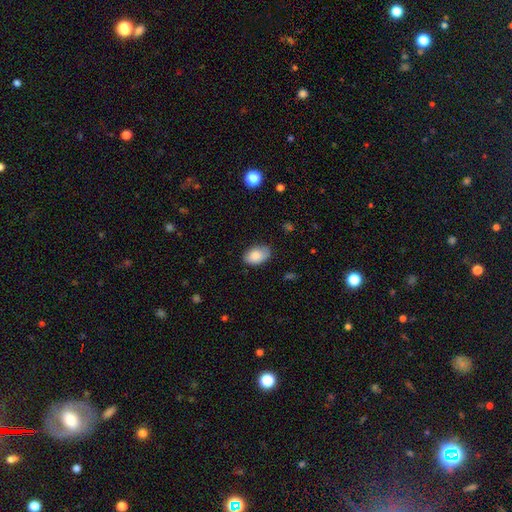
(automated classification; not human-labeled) Smooth or featured?
  - smooth: 85% *
  - featured or disk: 8%
  - star or artifact: 7%
How rounded?
  - in between: 90% *
  - round: 9%
  - cigar-shaped: 1%
Merging?
  - none: 73% *
  - minor disturbance: 22%
  - major disturbance: 4%
  - merger: 1%